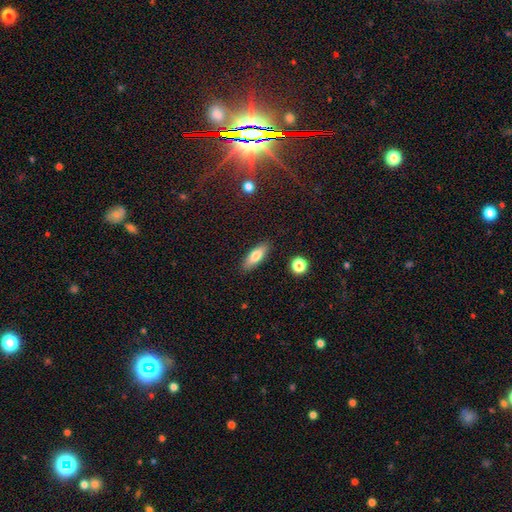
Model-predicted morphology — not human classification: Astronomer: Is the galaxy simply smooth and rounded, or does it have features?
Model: smooth — 76%.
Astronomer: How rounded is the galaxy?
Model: in between — 64%.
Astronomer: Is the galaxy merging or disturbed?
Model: none — 87%.